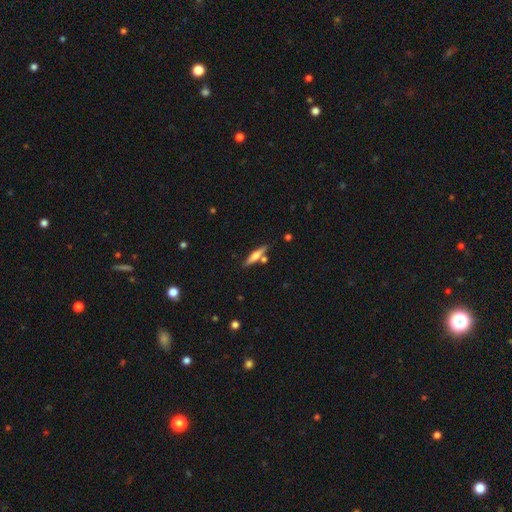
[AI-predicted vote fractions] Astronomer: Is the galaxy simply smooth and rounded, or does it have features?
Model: featured or disk — 48% (runner-up: smooth, 46%).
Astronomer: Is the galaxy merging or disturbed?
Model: none — 78%.